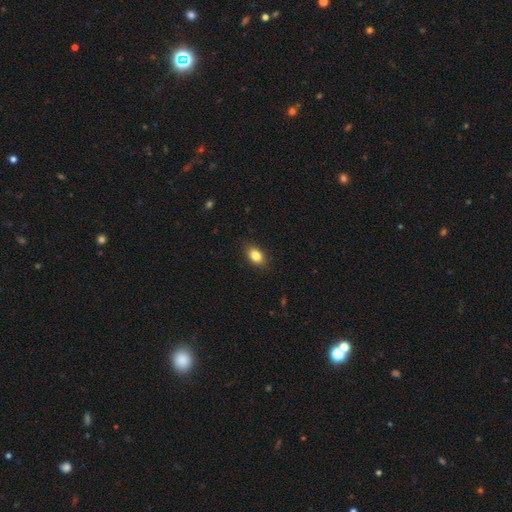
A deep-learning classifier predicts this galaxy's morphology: Q: Smooth or featured?
A: smooth (83%); runner-up: star or artifact (9%)
Q: How rounded?
A: in between (81%); runner-up: round (17%)
Q: Merging?
A: none (87%); runner-up: minor disturbance (9%)